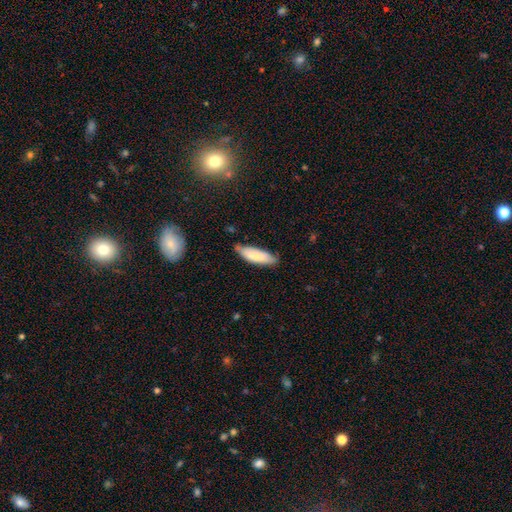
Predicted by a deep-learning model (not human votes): Smooth or featured? smooth (76%)
How rounded? in between (53%)
Merging? none (68%)